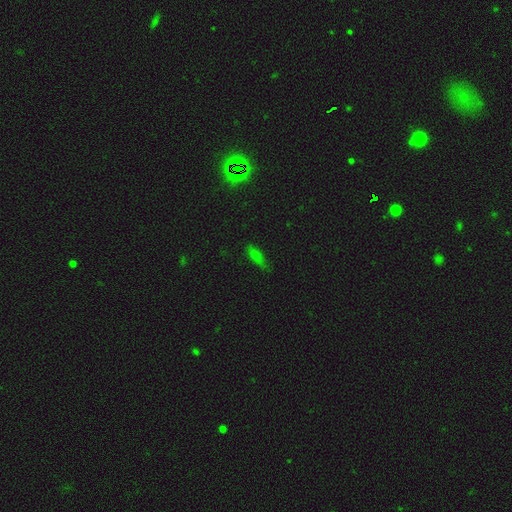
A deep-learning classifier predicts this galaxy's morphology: Overall: smooth (69%). How rounded: in between (52%; cigar-shaped 44%). Merging: none (71%).